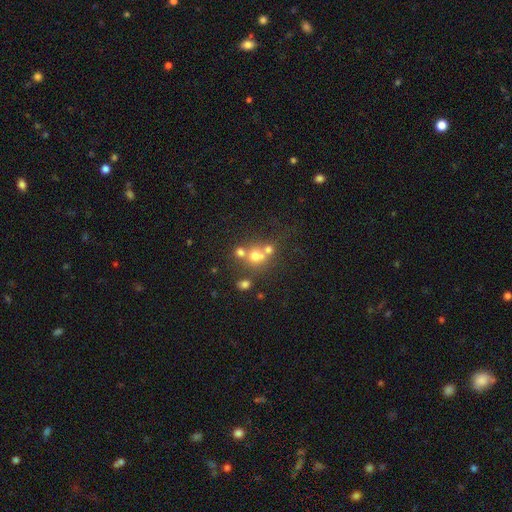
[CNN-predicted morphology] smooth_or_featured: smooth (p=0.59) [alt: featured or disk p=0.21]
how_rounded: round (p=0.81) [alt: in between p=0.18]
merging: merger (p=0.44) [alt: none p=0.42]